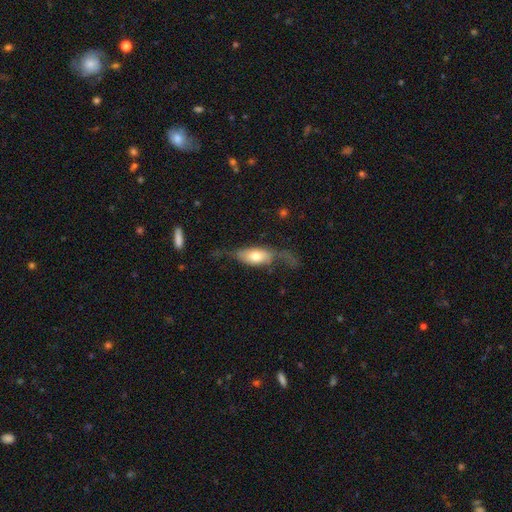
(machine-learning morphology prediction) Overall: smooth (48%; featured or disk 46%). Merging: major disturbance (37%; none 35%).